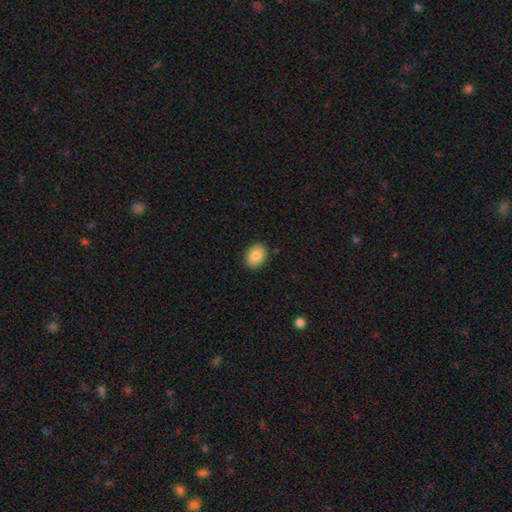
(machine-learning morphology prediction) The model was most divided on "how rounded": in between: 74%, round: 25%, cigar-shaped: 1%. More confident: merging — none (89%); smooth or featured — smooth (86%).